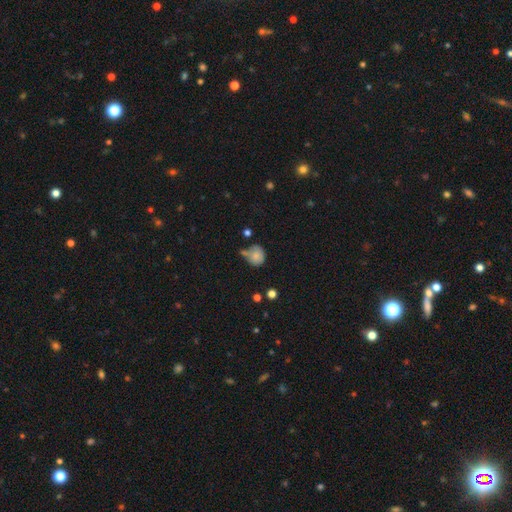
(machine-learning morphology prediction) Smooth or featured? Predicted: smooth (p=0.78). How rounded? Predicted: round (p=0.74). Merging? Predicted: none (p=0.44).